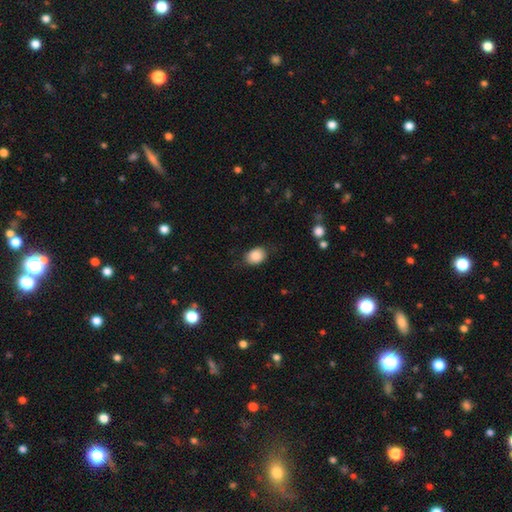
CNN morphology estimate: smooth_or_featured: smooth (p=0.86) [alt: star or artifact p=0.08]
how_rounded: in between (p=0.63) [alt: round p=0.36]
merging: none (p=0.77) [alt: minor disturbance p=0.17]